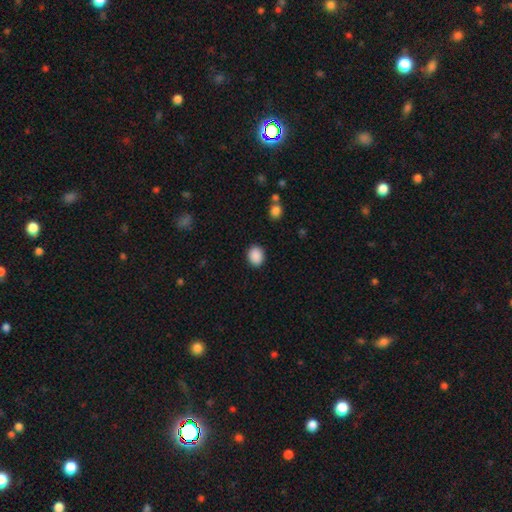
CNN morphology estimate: smooth-or-featured: smooth: 90% | star or artifact: 8% | featured or disk: 2%
  how-rounded: round: 53% | in between: 47% | cigar-shaped: 1%
  merging: none: 89% | minor disturbance: 7% | major disturbance: 2% | merger: 1%